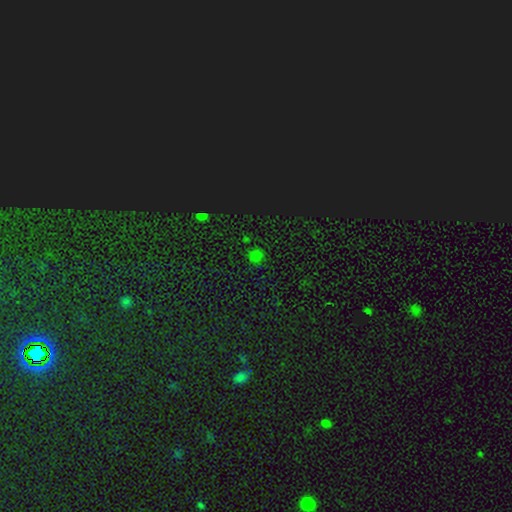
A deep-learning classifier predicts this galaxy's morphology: A smooth galaxy with no disk features (54%) that is round (88%).

Vote fractions:
- Smooth or featured? smooth: 54% / star or artifact: 41% / featured or disk: 5%
- How rounded? round: 88% / in between: 11% / cigar-shaped: 1%
- Merging? none: 81% / minor disturbance: 11% / major disturbance: 5% / merger: 3%